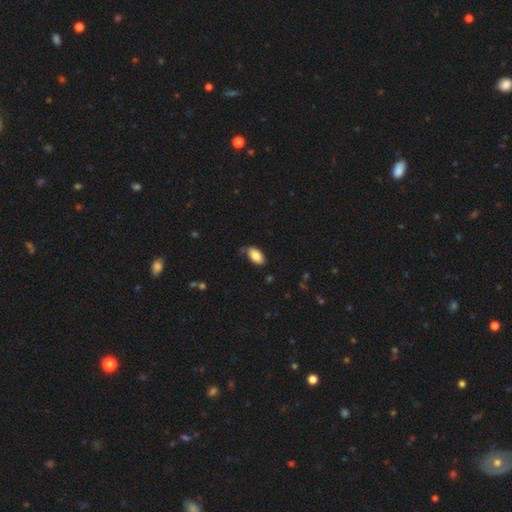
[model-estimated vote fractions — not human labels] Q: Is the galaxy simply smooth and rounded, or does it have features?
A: smooth — 85%.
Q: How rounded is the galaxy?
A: in between — 95%.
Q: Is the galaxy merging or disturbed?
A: none — 76%.